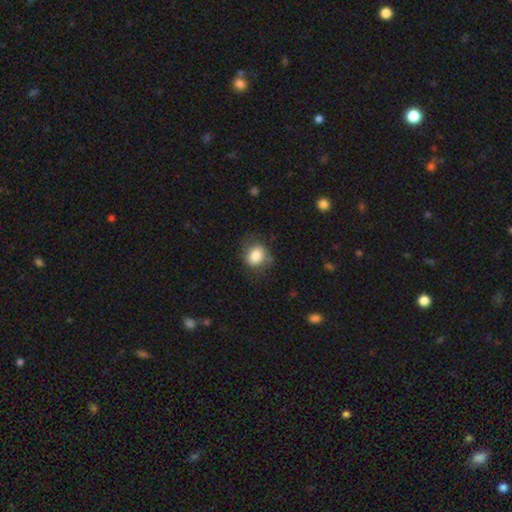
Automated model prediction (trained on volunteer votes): Morphology: type=smooth (81%); roundness=round (62%); merging=none (70%).